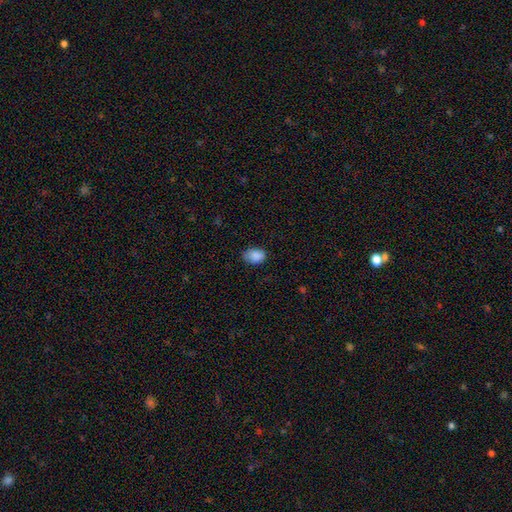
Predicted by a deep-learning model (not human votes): A smooth galaxy with no disk features (88%) that is in between round and cigar-shaped (77%).

Vote fractions:
- Smooth or featured? smooth: 88% / star or artifact: 8% / featured or disk: 4%
- How rounded? in between: 77% / round: 22% / cigar-shaped: 1%
- Merging? none: 72% / minor disturbance: 22% / major disturbance: 4% / merger: 1%